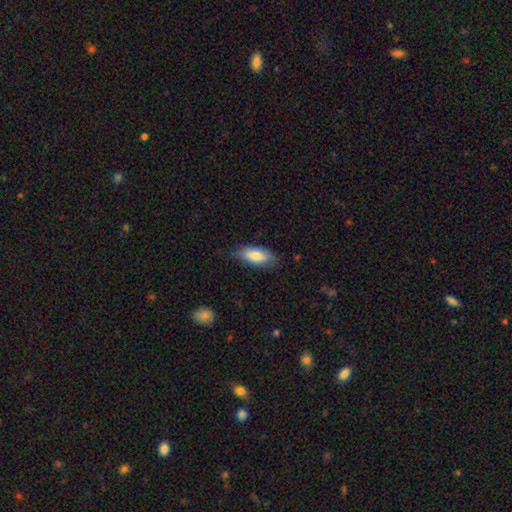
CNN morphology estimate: Smooth or featured? smooth (80%)
How rounded? in between (84%)
Merging? none (75%)